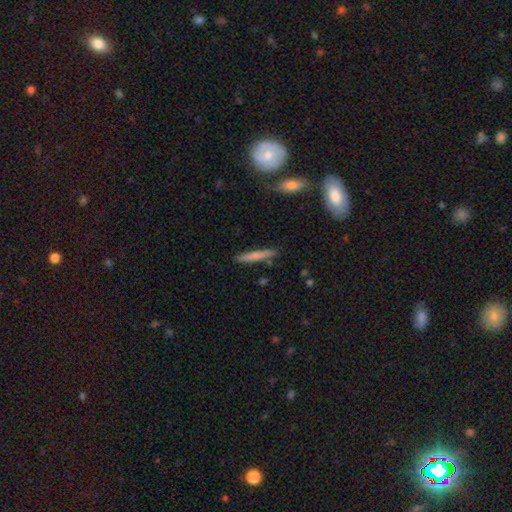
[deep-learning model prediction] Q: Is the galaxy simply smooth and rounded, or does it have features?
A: smooth — 69%.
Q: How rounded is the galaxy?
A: cigar-shaped — 94%.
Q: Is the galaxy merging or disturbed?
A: none — 87%.